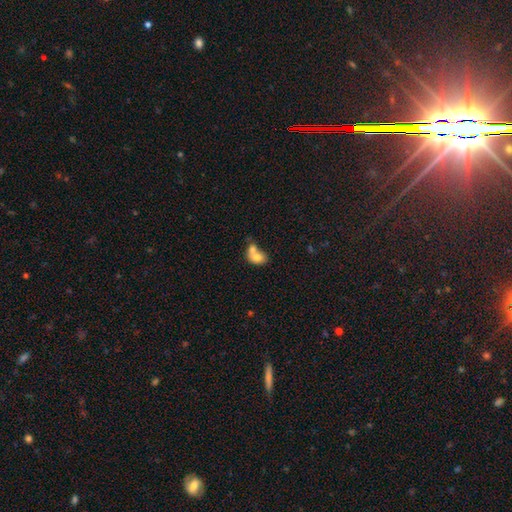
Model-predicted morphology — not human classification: A smooth galaxy with no disk features (72%) that is in between round and cigar-shaped (67%). Merging: merger (71%).